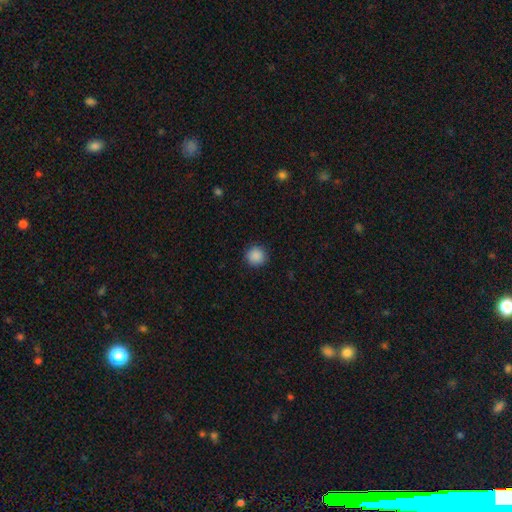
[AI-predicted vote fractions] Overall: smooth (89%). How rounded: round (95%). Merging: none (91%).